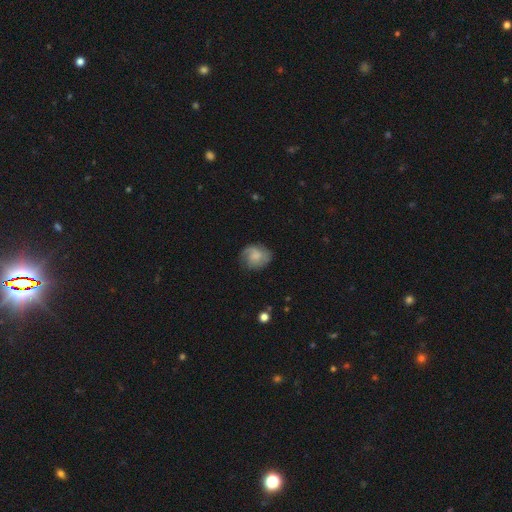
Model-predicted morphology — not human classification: This is possibly a featured or disk galaxy (46%, tied with smooth). Merging: likely none (67%).